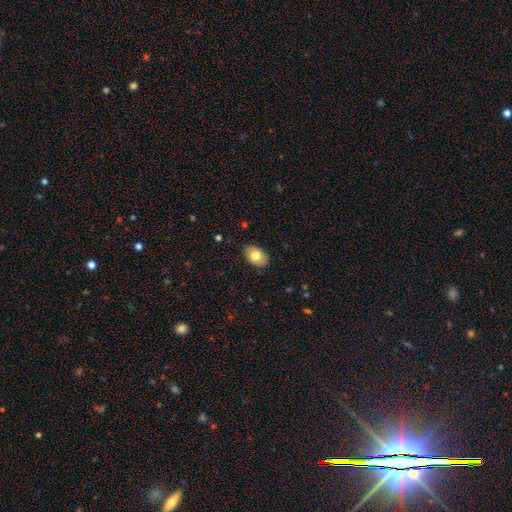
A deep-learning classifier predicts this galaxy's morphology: smooth-or-featured: smooth: 78% | featured or disk: 15% | star or artifact: 7%
  how-rounded: in between: 86% | round: 13% | cigar-shaped: 1%
  merging: none: 86% | minor disturbance: 11% | major disturbance: 2% | merger: 1%